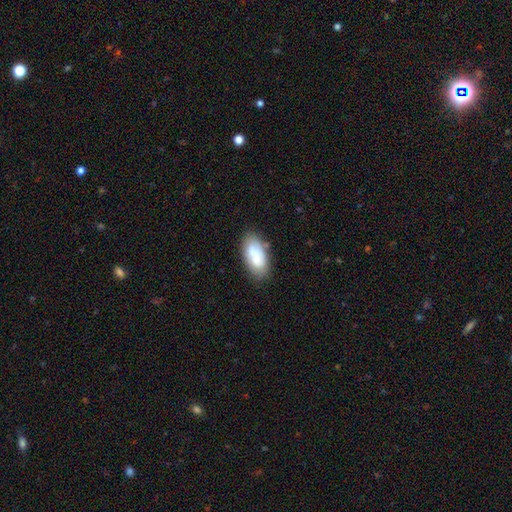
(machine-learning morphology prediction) This is likely a smooth galaxy (69%). How rounded: clearly in between (92%). Merging: likely none (64%).